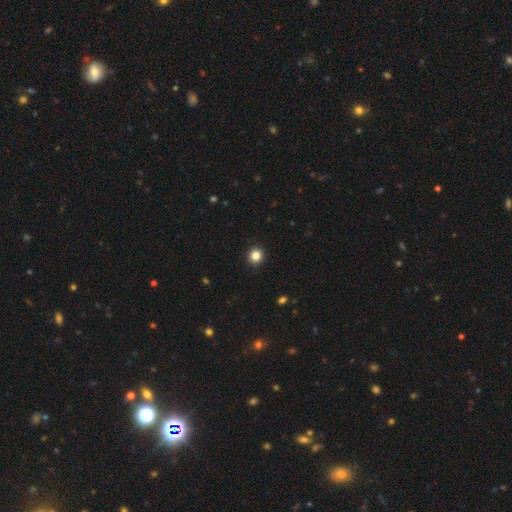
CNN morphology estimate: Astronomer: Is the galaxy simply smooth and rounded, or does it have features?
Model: smooth — 84%.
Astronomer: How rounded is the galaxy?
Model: round — 93%.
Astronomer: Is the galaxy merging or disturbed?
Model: none — 93%.